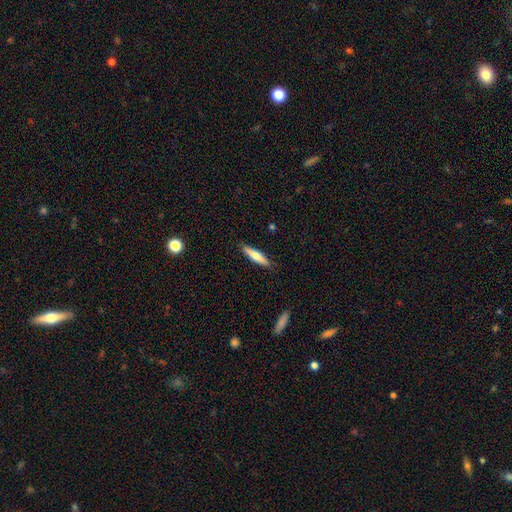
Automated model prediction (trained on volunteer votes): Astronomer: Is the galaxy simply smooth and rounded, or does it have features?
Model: smooth — 67%.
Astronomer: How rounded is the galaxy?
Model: cigar-shaped — 80%.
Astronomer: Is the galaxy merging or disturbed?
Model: none — 88%.